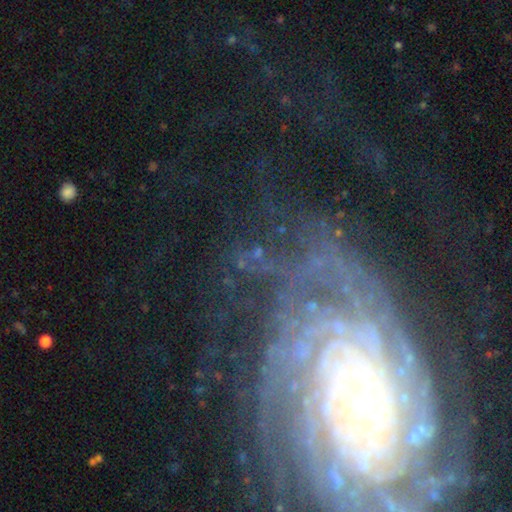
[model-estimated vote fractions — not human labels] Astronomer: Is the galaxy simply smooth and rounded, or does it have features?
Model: featured or disk — 74%.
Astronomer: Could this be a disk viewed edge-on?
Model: no — 96%.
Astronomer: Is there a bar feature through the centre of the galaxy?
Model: no — 62%.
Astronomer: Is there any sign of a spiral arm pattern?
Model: yes — 92%.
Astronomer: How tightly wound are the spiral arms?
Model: tight — 72%.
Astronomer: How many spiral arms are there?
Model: can't tell — 28% (runner-up: more than 4, 17%).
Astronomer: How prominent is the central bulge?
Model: small — 72%.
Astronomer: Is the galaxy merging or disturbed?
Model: none — 67%.